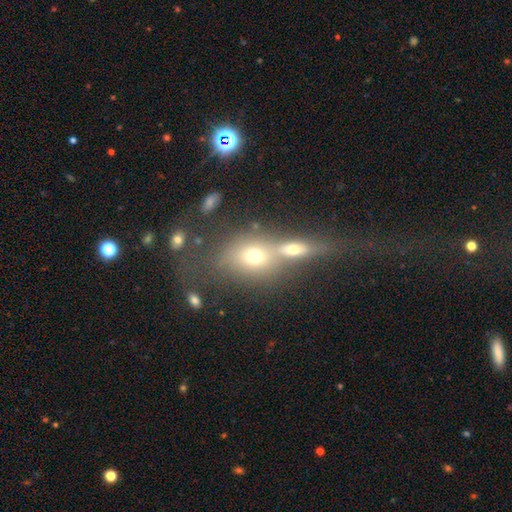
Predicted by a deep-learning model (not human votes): Smooth or featured?
  - smooth: 46% *
  - featured or disk: 34%
  - star or artifact: 20%
Merging?
  - merger: 58% *
  - none: 20%
  - major disturbance: 14%
  - minor disturbance: 8%